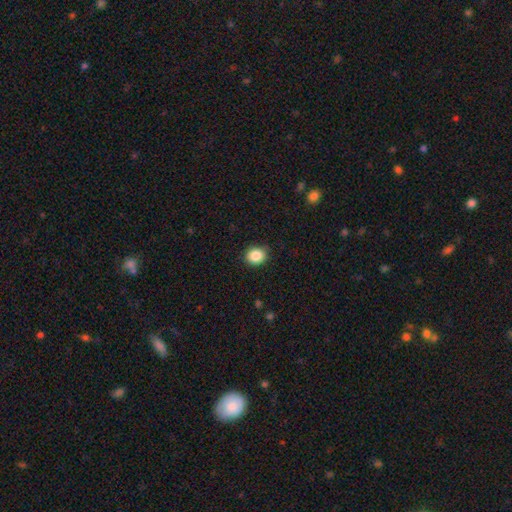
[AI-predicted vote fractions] Smooth or featured? smooth (86%)
How rounded? round (77%)
Merging? none (87%)